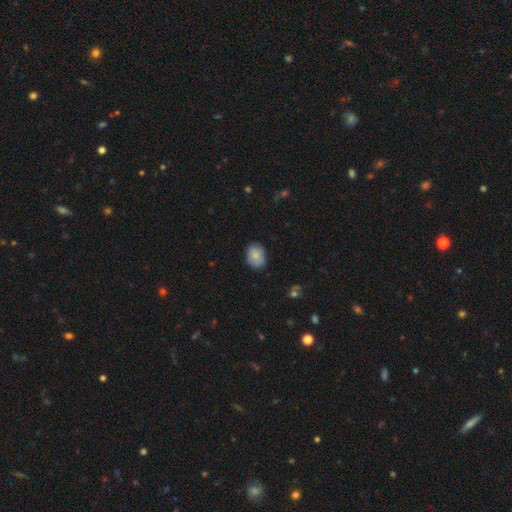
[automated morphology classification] The model was most divided on "how rounded": in between: 65%, round: 34%, cigar-shaped: 1%. More confident: smooth or featured — smooth (82%); merging — none (80%).